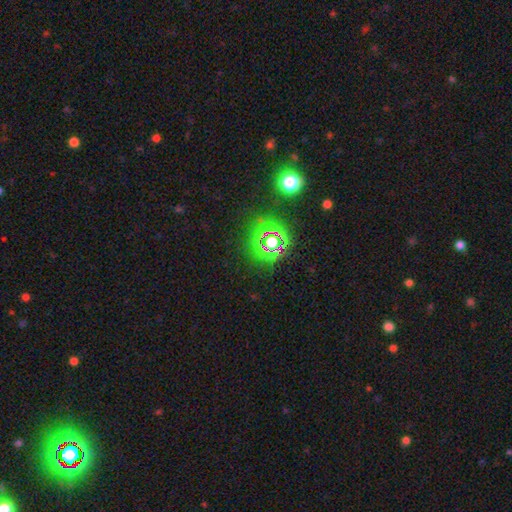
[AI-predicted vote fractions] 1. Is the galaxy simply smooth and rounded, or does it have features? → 67% star or artifact, 26% smooth, 7% featured or disk.